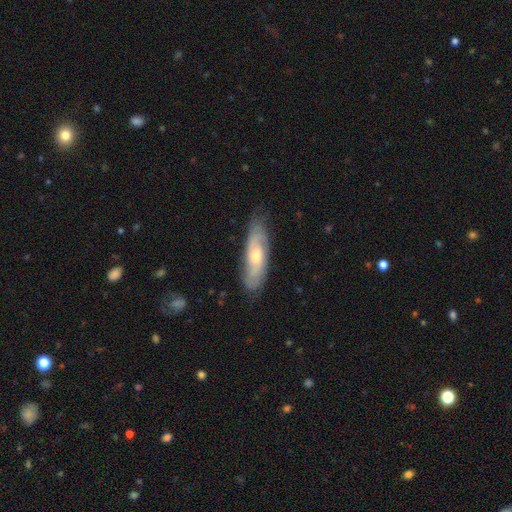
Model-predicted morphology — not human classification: Overall: featured or disk (68%). Edge-on disk: no (78%). Bar: no (66%; weak 28%). Spiral arms: yes (88%). Bulge size: moderate (48%; small 47%). Merging: none (79%).